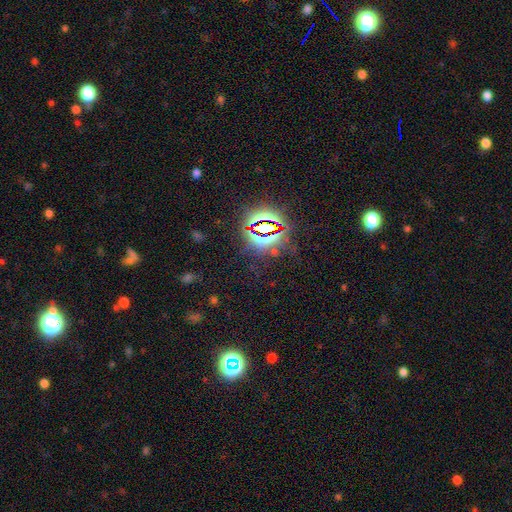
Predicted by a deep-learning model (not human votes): Q: Smooth or featured?
A: star or artifact (82%); runner-up: smooth (12%)